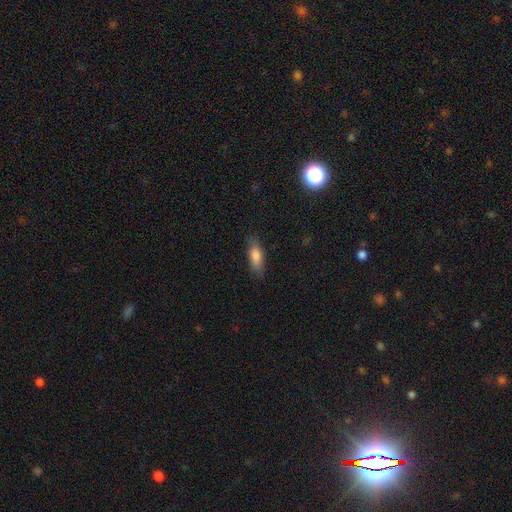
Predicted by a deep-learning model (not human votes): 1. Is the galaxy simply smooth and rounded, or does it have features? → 81% smooth, 12% featured or disk, 7% star or artifact.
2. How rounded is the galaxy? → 66% in between, 32% cigar-shaped, 2% round.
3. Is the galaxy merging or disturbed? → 81% none, 15% minor disturbance, 3% major disturbance, 1% merger.